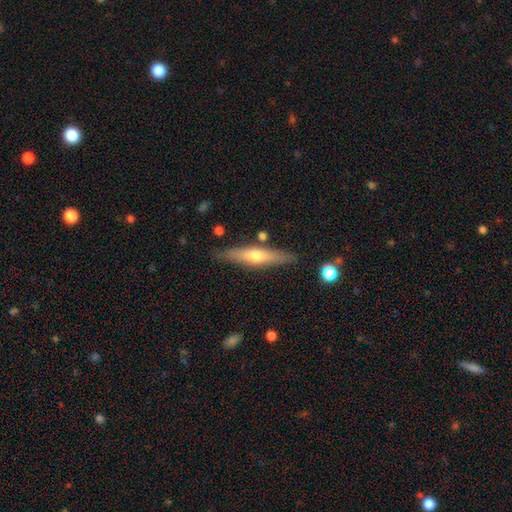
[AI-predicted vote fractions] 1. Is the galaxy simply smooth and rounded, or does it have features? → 52% featured or disk, 42% smooth, 6% star or artifact.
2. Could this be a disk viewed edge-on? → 92% yes, 8% no.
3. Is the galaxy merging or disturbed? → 85% none, 10% minor disturbance, 3% merger, 2% major disturbance.